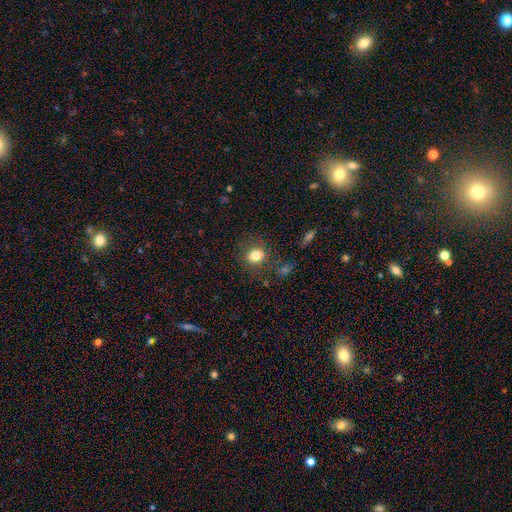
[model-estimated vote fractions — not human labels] Smooth or featured? smooth (80%)
How rounded? round (51%)
Merging? none (79%)